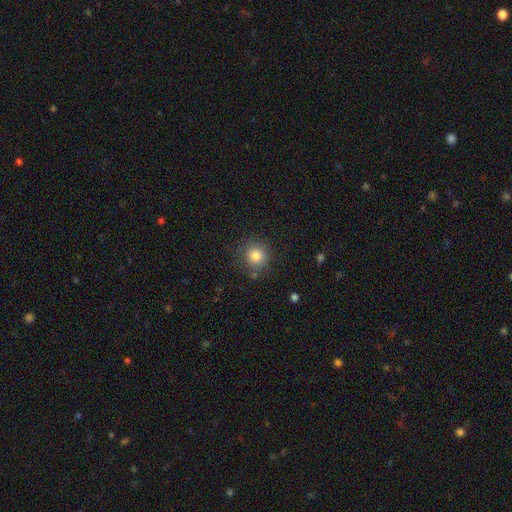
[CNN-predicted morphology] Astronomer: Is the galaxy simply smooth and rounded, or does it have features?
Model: smooth — 82%.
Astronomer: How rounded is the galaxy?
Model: round — 92%.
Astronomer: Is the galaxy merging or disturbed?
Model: none — 83%.